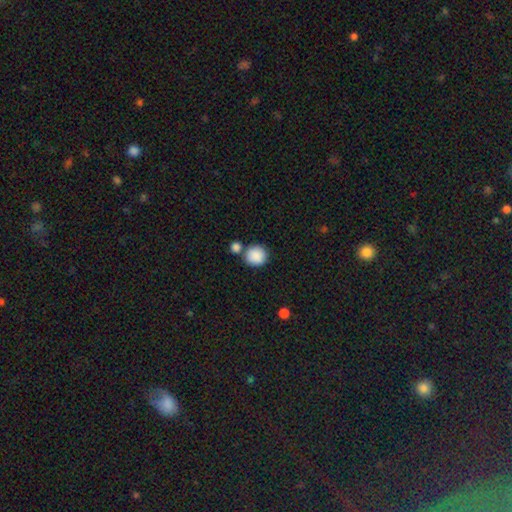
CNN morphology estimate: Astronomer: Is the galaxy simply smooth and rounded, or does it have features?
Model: smooth — 88%.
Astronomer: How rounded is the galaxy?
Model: round — 89%.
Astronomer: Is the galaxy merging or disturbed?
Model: none — 67%.